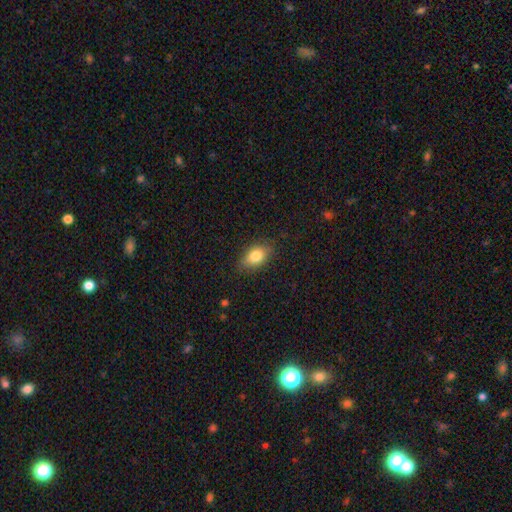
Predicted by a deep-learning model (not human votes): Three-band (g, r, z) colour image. It shows a smooth galaxy with no disk features (80%) that is in between round and cigar-shaped (84%). Merging: none (82%).